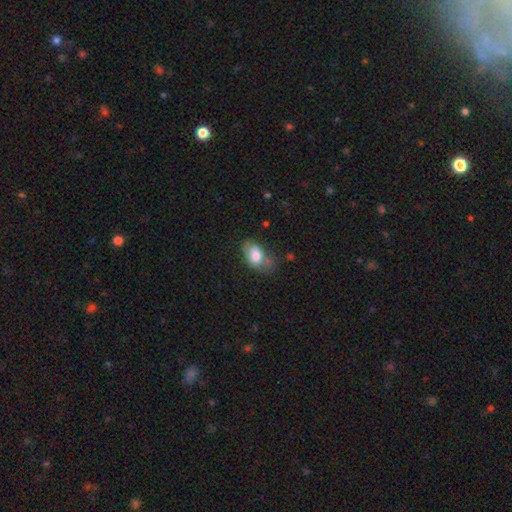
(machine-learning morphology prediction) smooth-or-featured: smooth: 73% | featured or disk: 19% | star or artifact: 8%
  how-rounded: in between: 90% | round: 8% | cigar-shaped: 2%
  merging: none: 44% | minor disturbance: 33% | major disturbance: 17% | merger: 6%